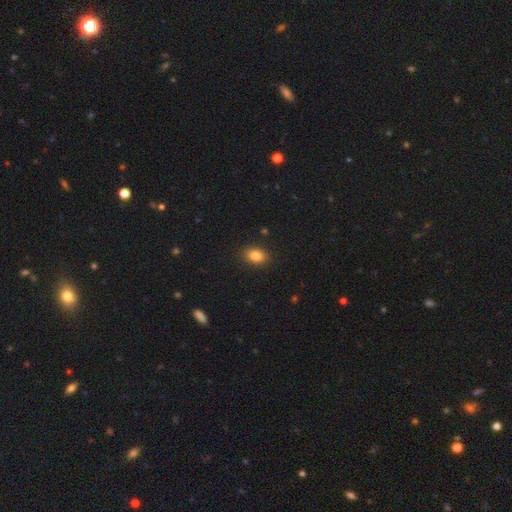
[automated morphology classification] Overall: smooth (84%). How rounded: in between (73%). Merging: none (89%).